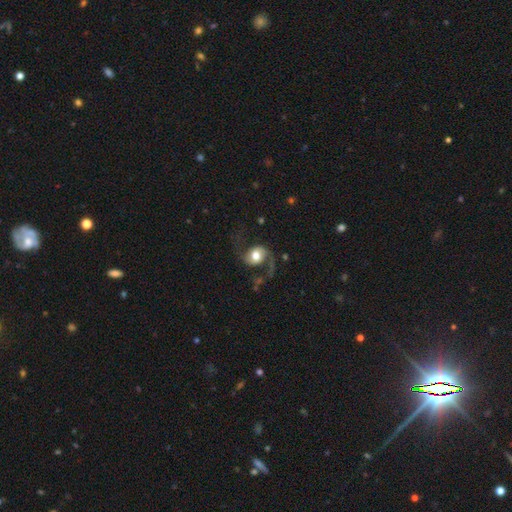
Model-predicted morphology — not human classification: type=featured or disk (78%); edge-on=no (98%); bar=no (66%); spiral arms=yes (93%); winding=loose (70%); arm count=2 (89%); bulge=moderate (55%); merging=none (64%).